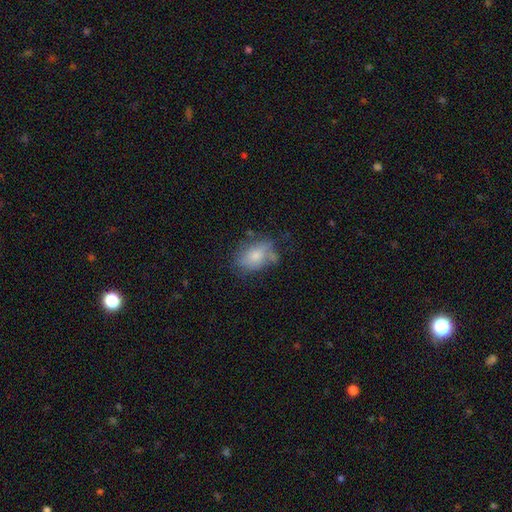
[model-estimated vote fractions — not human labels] Morphology: type=smooth (66%); roundness=in between (82%); merging=none (49%).